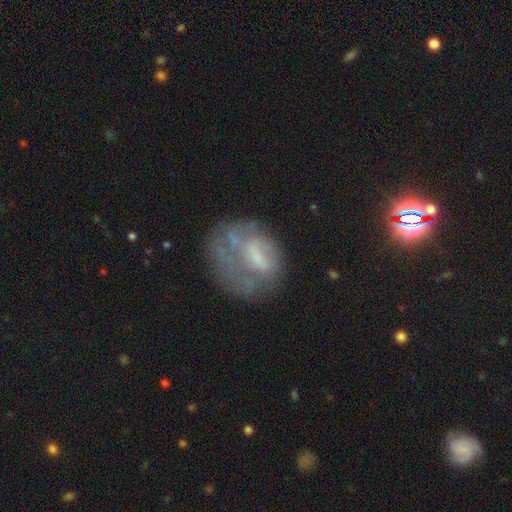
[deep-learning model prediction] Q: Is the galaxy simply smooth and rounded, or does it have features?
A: featured or disk — 51%.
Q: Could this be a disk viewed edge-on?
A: no — 96%.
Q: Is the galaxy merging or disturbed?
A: none — 38%.